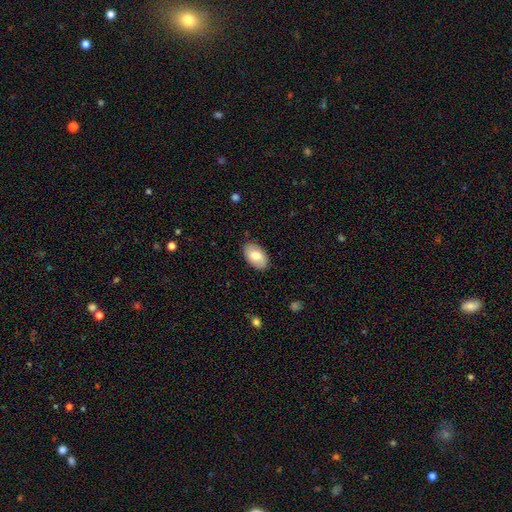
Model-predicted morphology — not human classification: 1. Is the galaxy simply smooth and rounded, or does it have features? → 74% smooth, 20% featured or disk, 6% star or artifact.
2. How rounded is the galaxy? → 93% in between, 5% round, 1% cigar-shaped.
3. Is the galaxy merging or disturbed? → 85% none, 11% minor disturbance, 2% major disturbance, 1% merger.